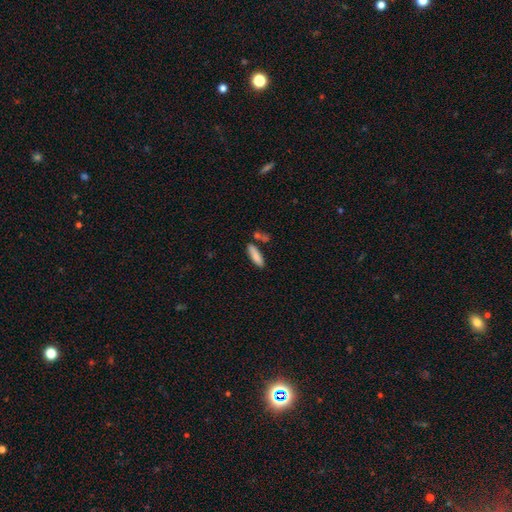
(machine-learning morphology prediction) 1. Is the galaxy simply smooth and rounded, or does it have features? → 82% smooth, 12% featured or disk, 6% star or artifact.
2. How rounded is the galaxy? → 53% cigar-shaped, 45% in between, 2% round.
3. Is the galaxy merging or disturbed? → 70% none, 14% minor disturbance, 12% merger, 3% major disturbance.